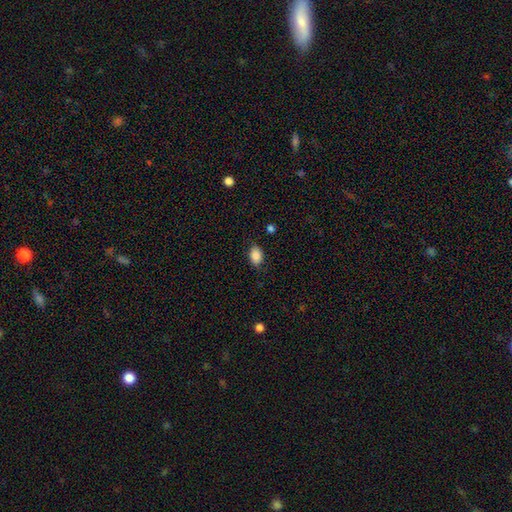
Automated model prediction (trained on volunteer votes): Overall: smooth (88%). How rounded: in between (83%). Merging: none (83%).